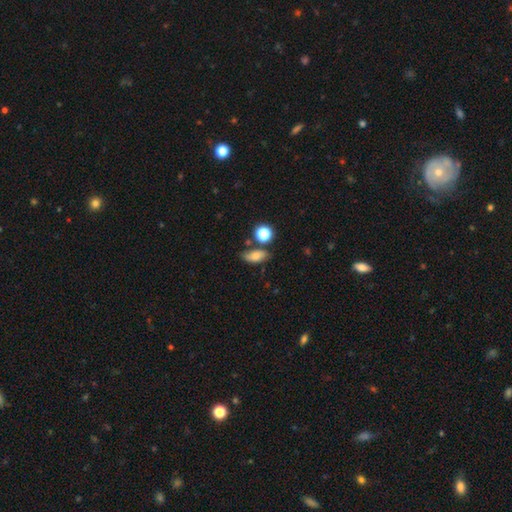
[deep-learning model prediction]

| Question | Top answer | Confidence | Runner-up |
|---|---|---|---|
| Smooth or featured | smooth | 72% | featured or disk (16%) |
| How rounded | in between | 79% | round (12%) |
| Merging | none | 65% | minor disturbance (18%) |